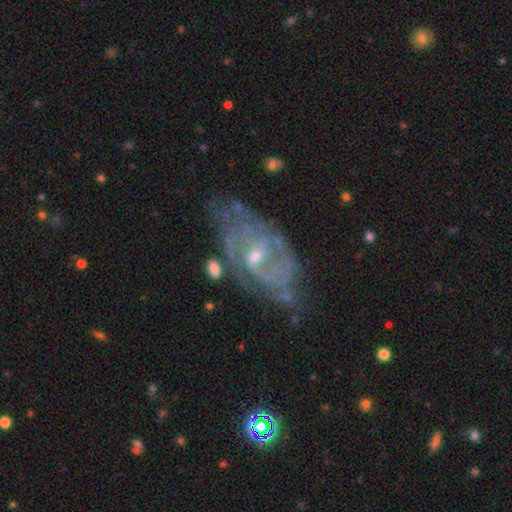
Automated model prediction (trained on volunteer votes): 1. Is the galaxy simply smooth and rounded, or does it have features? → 79% featured or disk, 11% smooth, 9% star or artifact.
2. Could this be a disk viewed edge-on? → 93% no, 7% yes.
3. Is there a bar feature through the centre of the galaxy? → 53% no, 39% weak, 8% strong.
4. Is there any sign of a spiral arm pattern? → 83% yes, 17% no.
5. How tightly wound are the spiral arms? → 50% tight, 36% medium, 13% loose.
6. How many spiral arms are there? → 44% can't tell, 33% 2, 10% 3, 5% 4, 5% 1, 4% more than 4.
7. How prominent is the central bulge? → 59% small, 36% moderate, 3% none, 1% large, 1% dominant.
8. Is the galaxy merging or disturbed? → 61% none, 24% minor disturbance, 11% major disturbance, 5% merger.